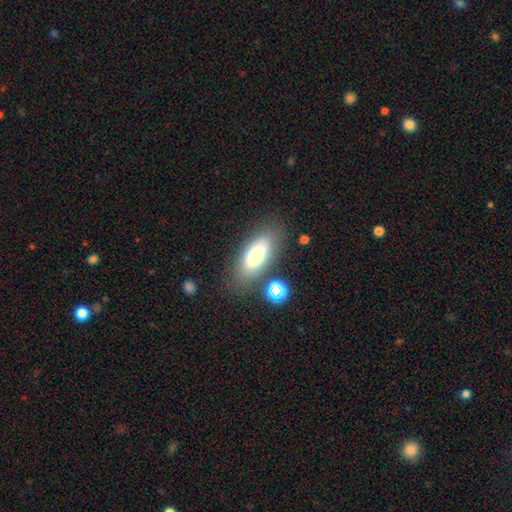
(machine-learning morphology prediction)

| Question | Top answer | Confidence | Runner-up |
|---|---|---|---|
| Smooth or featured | smooth | 74% | featured or disk (17%) |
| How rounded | in between | 82% | cigar-shaped (14%) |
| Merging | none | 76% | minor disturbance (14%) |